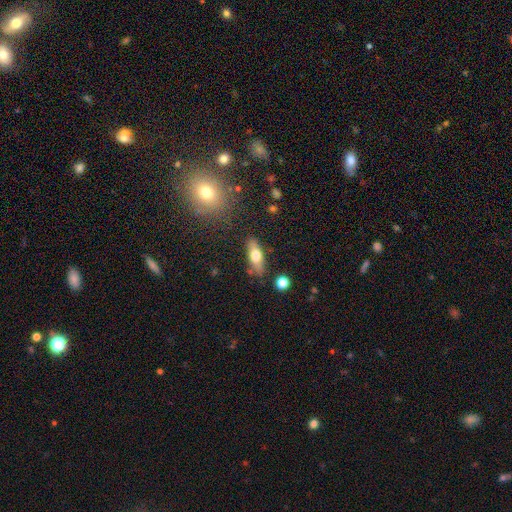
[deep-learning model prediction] Smooth or featured? Predicted: smooth (p=0.62). How rounded? Predicted: in between (p=0.61). Merging? Predicted: none (p=0.81).